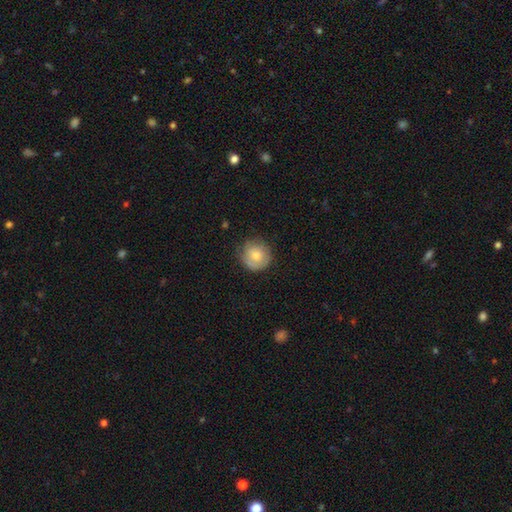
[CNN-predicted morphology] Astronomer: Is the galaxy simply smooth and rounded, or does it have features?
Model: smooth — 69%.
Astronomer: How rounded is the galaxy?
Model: round — 92%.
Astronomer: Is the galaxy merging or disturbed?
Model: none — 73%.